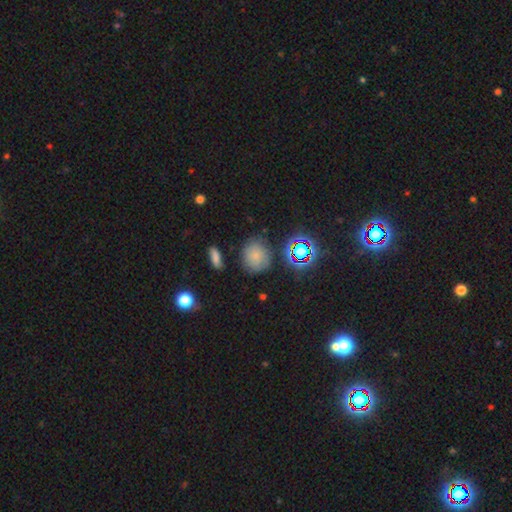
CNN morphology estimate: Q: Smooth or featured?
A: smooth (64%); runner-up: star or artifact (19%)
Q: How rounded?
A: round (79%); runner-up: in between (19%)
Q: Merging?
A: none (73%); runner-up: minor disturbance (17%)